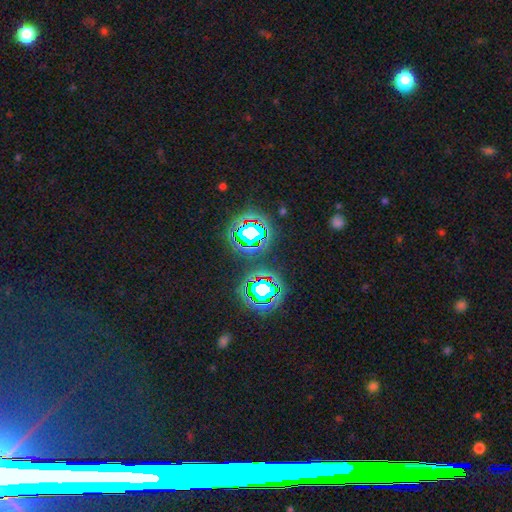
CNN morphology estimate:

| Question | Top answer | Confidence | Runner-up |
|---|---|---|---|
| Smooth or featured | star or artifact | 74% | smooth (14%) |